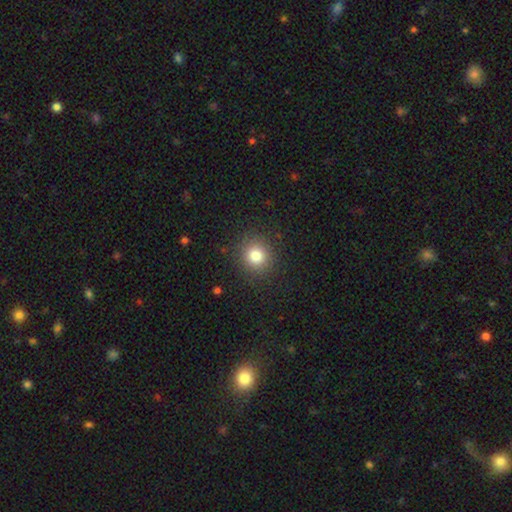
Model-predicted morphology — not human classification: smooth-or-featured: smooth: 81% | star or artifact: 13% | featured or disk: 7%
  how-rounded: round: 89% | in between: 10% | cigar-shaped: 1%
  merging: none: 89% | minor disturbance: 7% | major disturbance: 3% | merger: 1%